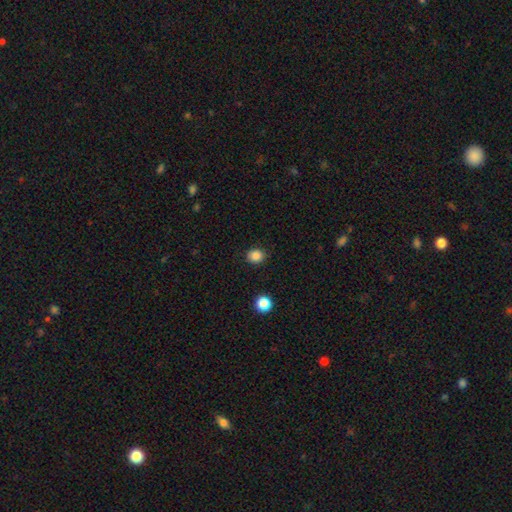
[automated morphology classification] Smooth or featured?
  - smooth: 85% *
  - star or artifact: 11%
  - featured or disk: 4%
How rounded?
  - round: 70% *
  - in between: 29%
  - cigar-shaped: 1%
Merging?
  - none: 88% *
  - minor disturbance: 8%
  - major disturbance: 2%
  - merger: 1%